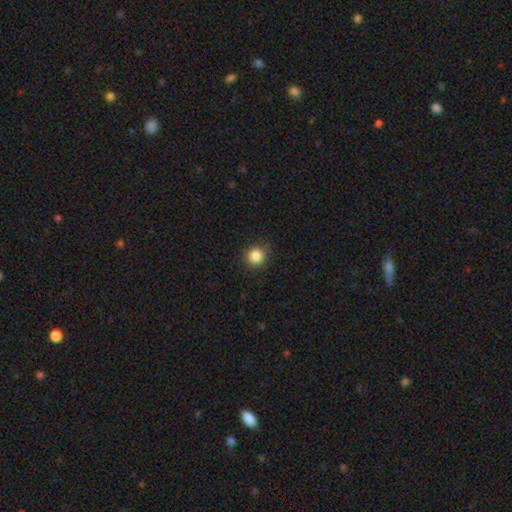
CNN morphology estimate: The model was most divided on "smooth or featured": smooth: 85%, star or artifact: 11%, featured or disk: 4%. More confident: how rounded — round (91%); merging — none (89%).